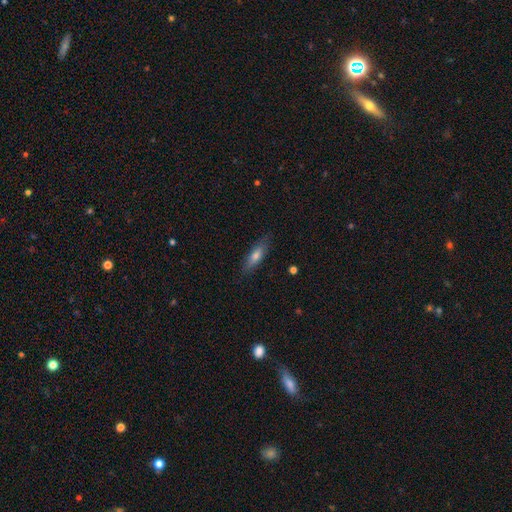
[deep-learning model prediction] A smooth galaxy with no disk features (64%) that is cigar-shaped (58%). Merging: none (82%).